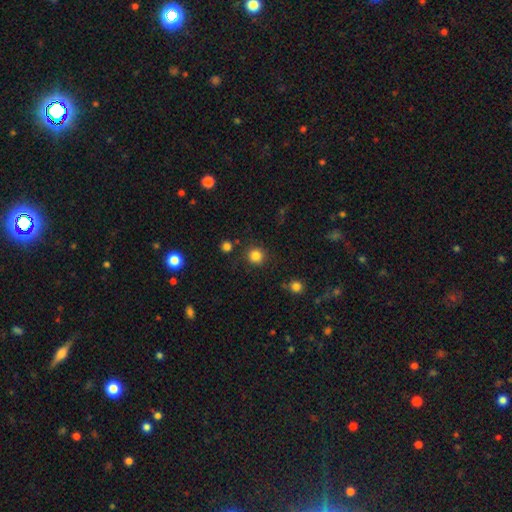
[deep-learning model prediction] Smooth or featured? Predicted: smooth (p=0.84). How rounded? Predicted: round (p=0.94). Merging? Predicted: none (p=0.87).